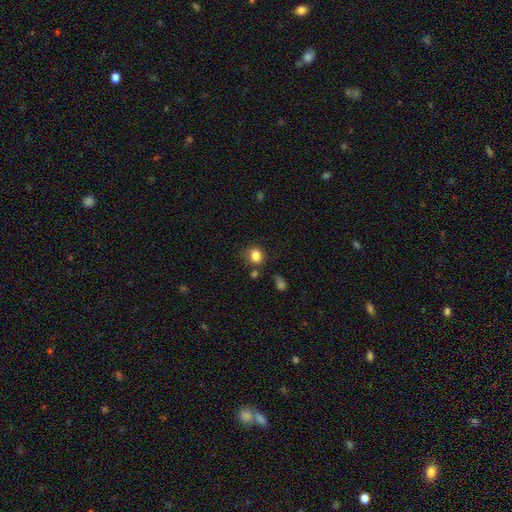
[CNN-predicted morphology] type=smooth (84%); roundness=round (72%); merging=none (71%).